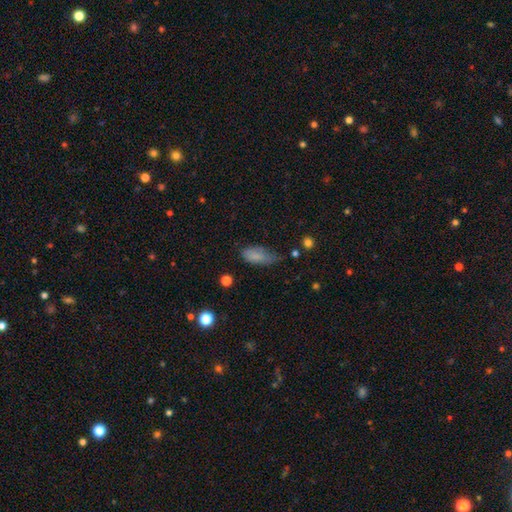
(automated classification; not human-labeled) A smooth galaxy with no disk features (80%) that is in between round and cigar-shaped (83%). Merging: minor disturbance (43%).